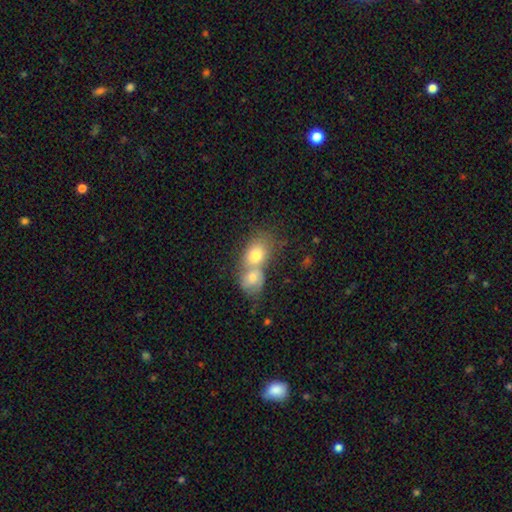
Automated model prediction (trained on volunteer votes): The model was most divided on "how rounded": in between: 59%, round: 39%, cigar-shaped: 2%. More confident: smooth or featured — smooth (75%); merging — merger (69%).